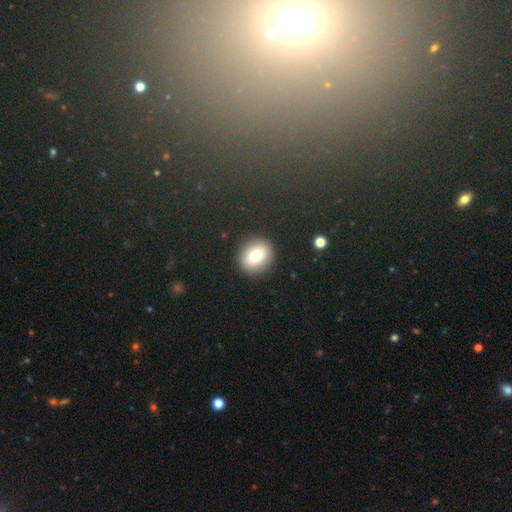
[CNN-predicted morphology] Smooth or featured?
  - smooth: 77% *
  - featured or disk: 13%
  - star or artifact: 10%
How rounded?
  - round: 68% *
  - in between: 31%
  - cigar-shaped: 1%
Merging?
  - none: 90% *
  - minor disturbance: 7%
  - major disturbance: 2%
  - merger: 1%